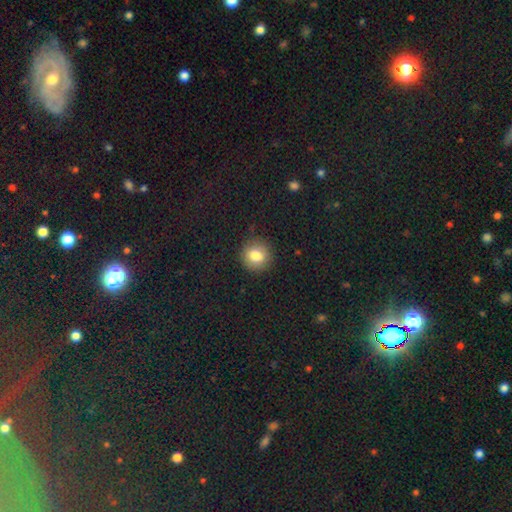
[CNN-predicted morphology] type=smooth (81%); roundness=round (90%); merging=none (89%).